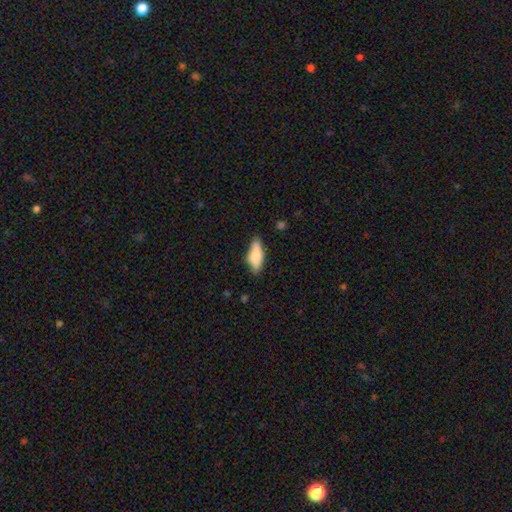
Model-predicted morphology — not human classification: Smooth or featured? Predicted: smooth (p=0.75). How rounded? Predicted: in between (p=0.70). Merging? Predicted: none (p=0.78).